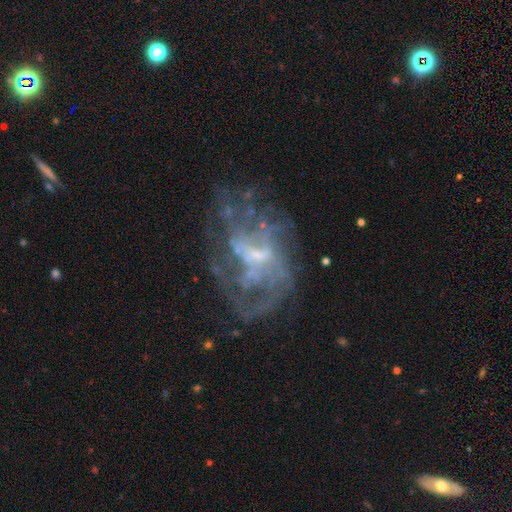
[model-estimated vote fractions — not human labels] Q: Smooth or featured?
A: featured or disk (78%); runner-up: star or artifact (12%)
Q: Edge-on disk?
A: no (97%); runner-up: yes (3%)
Q: Bar?
A: no (47%); runner-up: weak (43%)
Q: Spiral arms?
A: yes (60%); runner-up: no (40%)
Q: Bulge size?
A: small (55%); runner-up: none (23%)
Q: Merging?
A: none (49%); runner-up: major disturbance (29%)